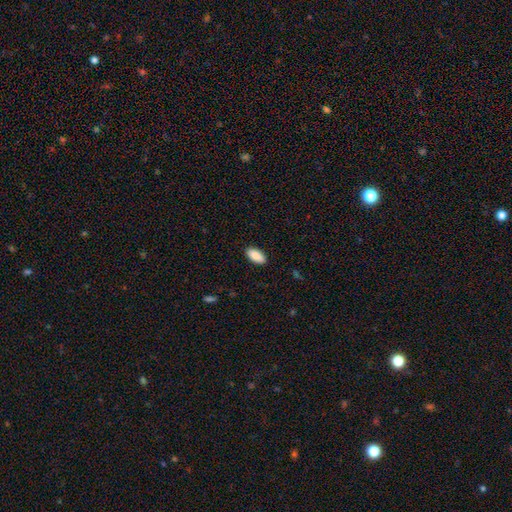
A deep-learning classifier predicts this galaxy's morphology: smooth_or_featured: smooth (p=0.89) [alt: star or artifact p=0.06]
how_rounded: in between (p=0.93) [alt: cigar-shaped p=0.05]
merging: none (p=0.89) [alt: minor disturbance p=0.08]